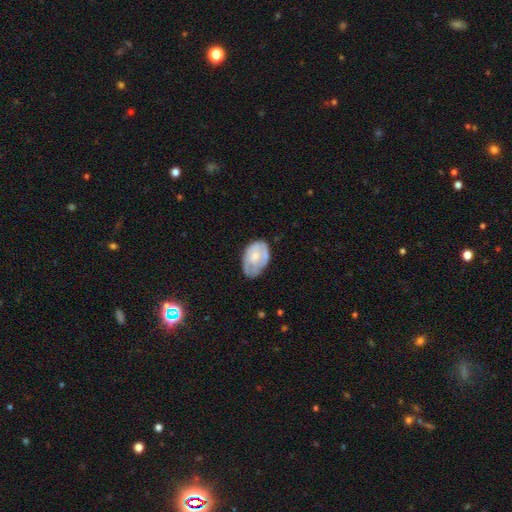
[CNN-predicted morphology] Overall: featured or disk (48%; smooth 46%). Merging: none (57%; minor disturbance 31%).